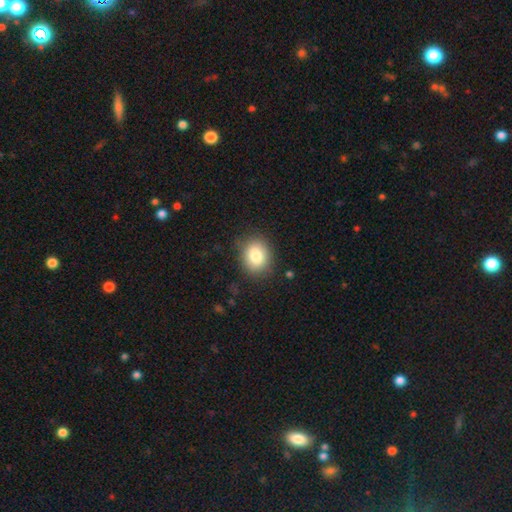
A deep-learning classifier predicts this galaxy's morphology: Smooth or featured? Predicted: smooth (p=0.83). How rounded? Predicted: in between (p=0.50). Merging? Predicted: none (p=0.82).